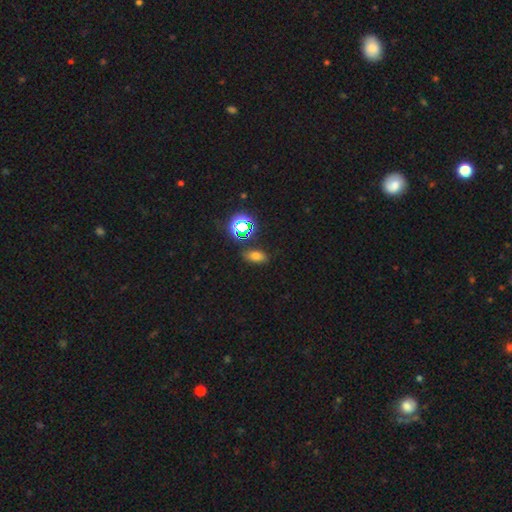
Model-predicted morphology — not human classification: The model was most divided on "smooth or featured": smooth: 63%, star or artifact: 27%, featured or disk: 9%. More confident: how rounded — in between (83%); merging — none (82%).